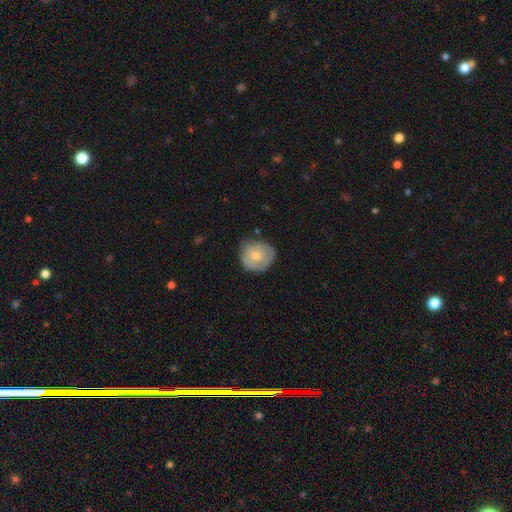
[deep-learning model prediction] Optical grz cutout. It shows a smooth galaxy with no disk features (62%) that is round (78%). Merging: none (60%).